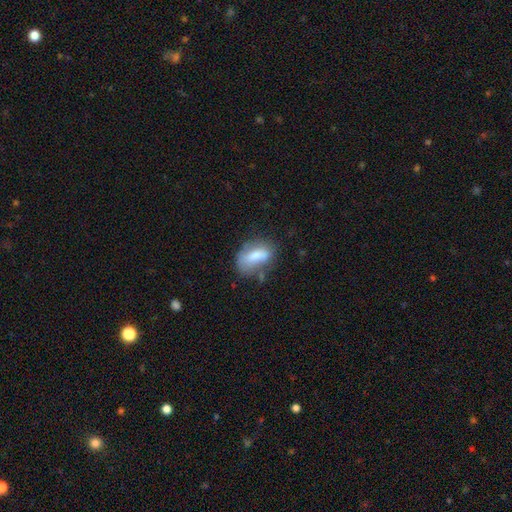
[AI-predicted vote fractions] Morphology: type=smooth (66%); roundness=in between (87%); merging=none (48%).